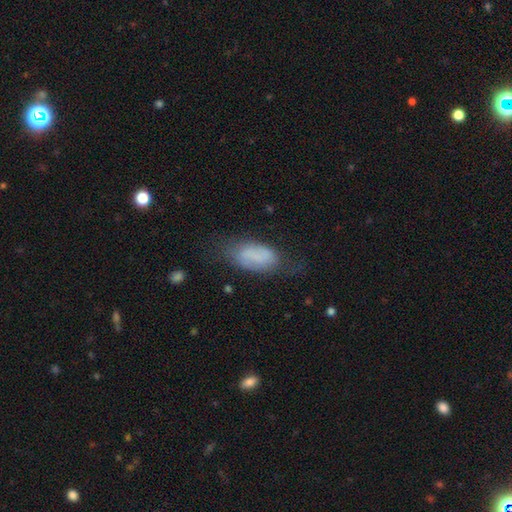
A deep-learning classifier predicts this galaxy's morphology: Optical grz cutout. It shows a smooth galaxy with no disk features (65%) that is in between round and cigar-shaped (89%). Merging: none (52%).